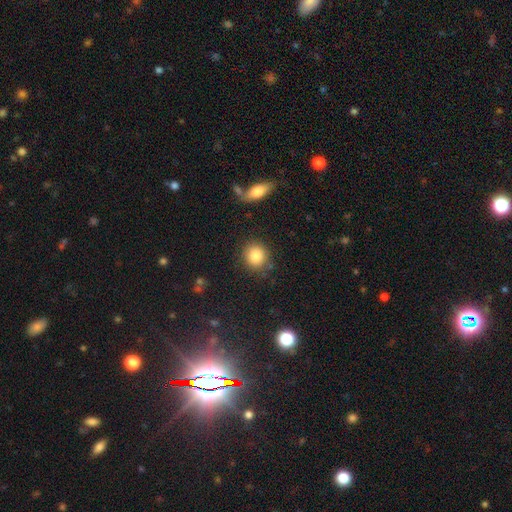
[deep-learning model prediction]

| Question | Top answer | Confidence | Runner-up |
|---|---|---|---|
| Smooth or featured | smooth | 86% | star or artifact (9%) |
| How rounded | round | 85% | in between (14%) |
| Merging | none | 84% | minor disturbance (9%) |